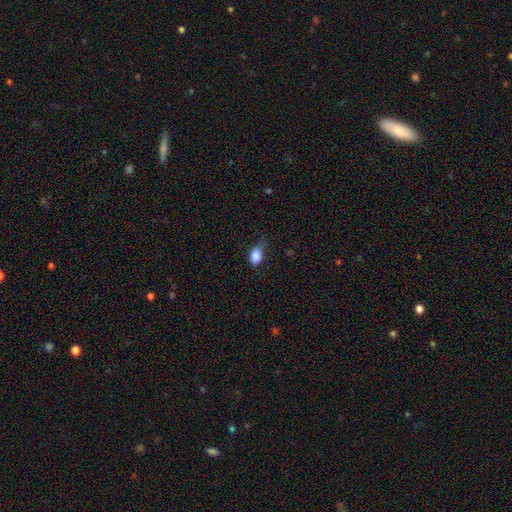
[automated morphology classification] Smooth or featured? Predicted: smooth (p=0.86). How rounded? Predicted: in between (p=0.80). Merging? Predicted: none (p=0.56).